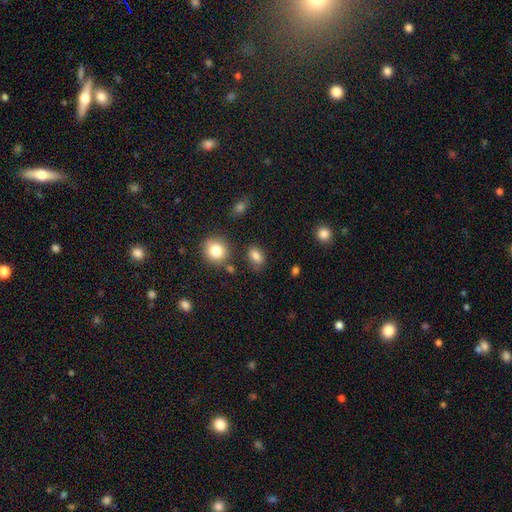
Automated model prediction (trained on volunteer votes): A smooth galaxy with no disk features (83%) that is in between round and cigar-shaped (79%). Merging: none (75%).